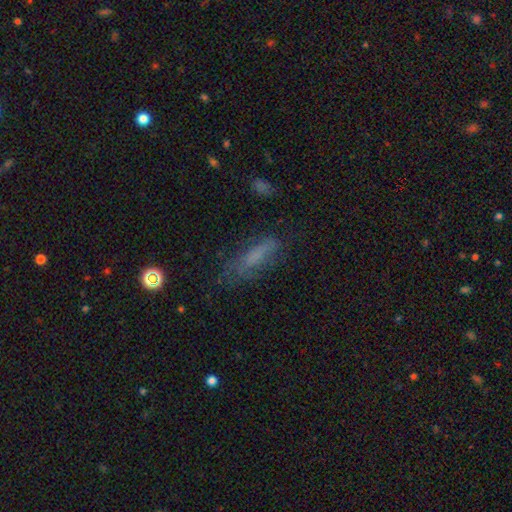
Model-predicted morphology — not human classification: A smooth galaxy with no disk features (59%) that is cigar-shaped (54%).

Vote fractions:
- Smooth or featured? smooth: 59% / featured or disk: 27% / star or artifact: 14%
- How rounded? cigar-shaped: 54% / in between: 43% / round: 3%
- Merging? none: 57% / minor disturbance: 25% / major disturbance: 15% / merger: 2%